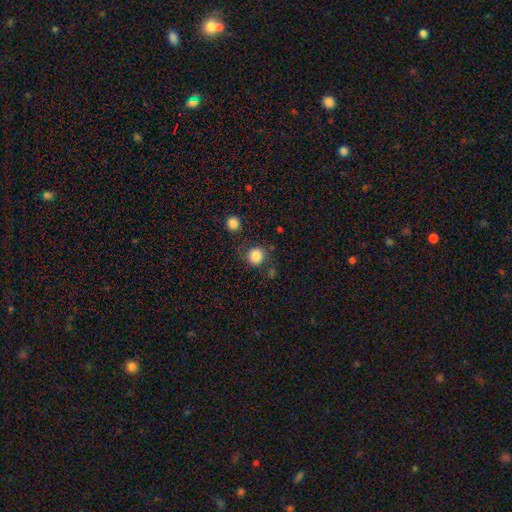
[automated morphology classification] Q: Smooth or featured?
A: smooth (85%); runner-up: star or artifact (10%)
Q: How rounded?
A: round (89%); runner-up: in between (10%)
Q: Merging?
A: none (78%); runner-up: minor disturbance (12%)